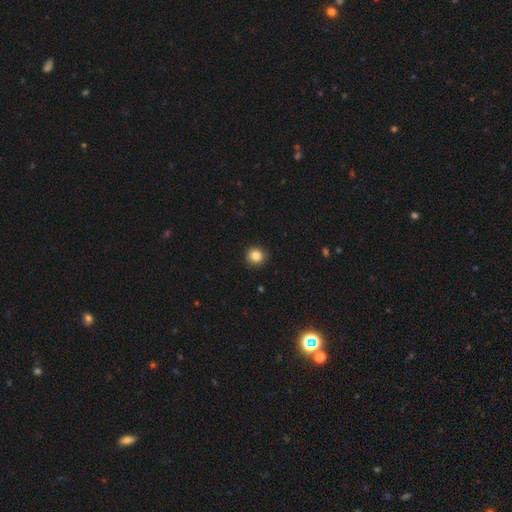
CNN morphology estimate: A smooth galaxy with no disk features (85%) that is round (92%). Merging: none (90%).